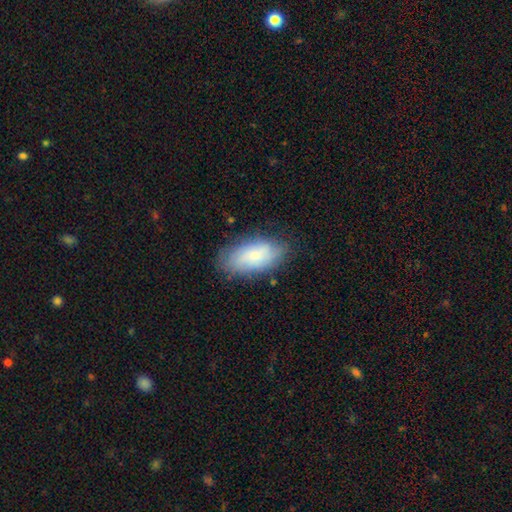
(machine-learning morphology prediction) This appears to be a smooth galaxy with no disk features (65%) that is in between round and cigar-shaped (91%). Merging: none (75%).